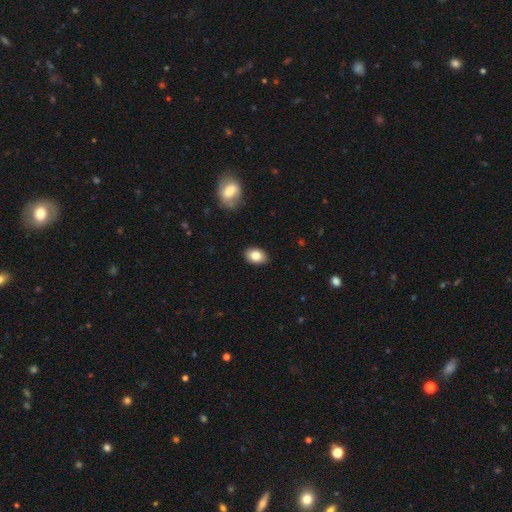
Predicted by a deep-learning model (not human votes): smooth 82%, featured or disk 10%, star or artifact 8%. Down the decision tree: how rounded — in between (82%); merging — none (88%).